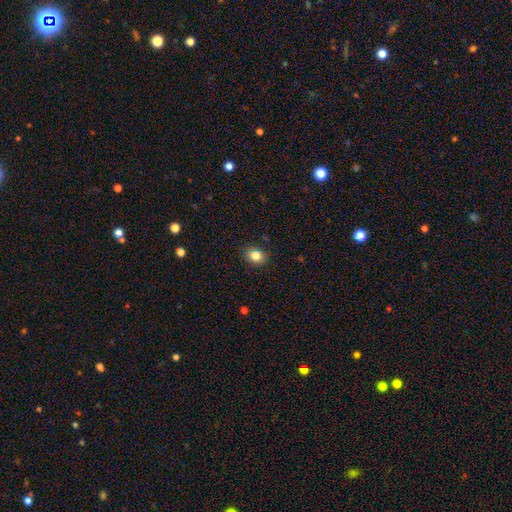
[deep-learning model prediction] Smooth or featured?
  - smooth: 84% *
  - star or artifact: 10%
  - featured or disk: 6%
How rounded?
  - in between: 51% *
  - round: 48%
  - cigar-shaped: 1%
Merging?
  - none: 87% *
  - minor disturbance: 9%
  - major disturbance: 2%
  - merger: 1%